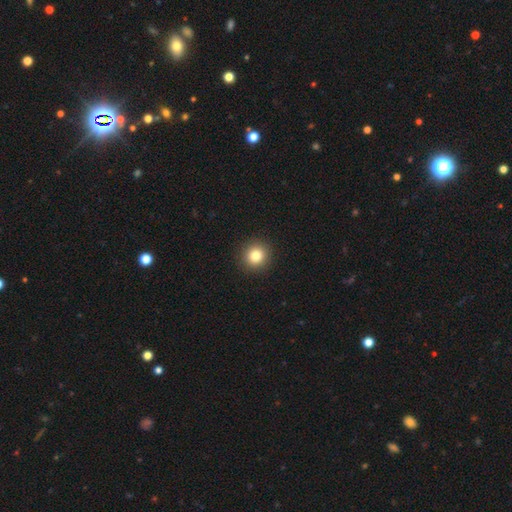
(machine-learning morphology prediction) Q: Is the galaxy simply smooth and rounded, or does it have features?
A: smooth — 83%.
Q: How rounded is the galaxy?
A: round — 92%.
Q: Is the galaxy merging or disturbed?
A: none — 93%.